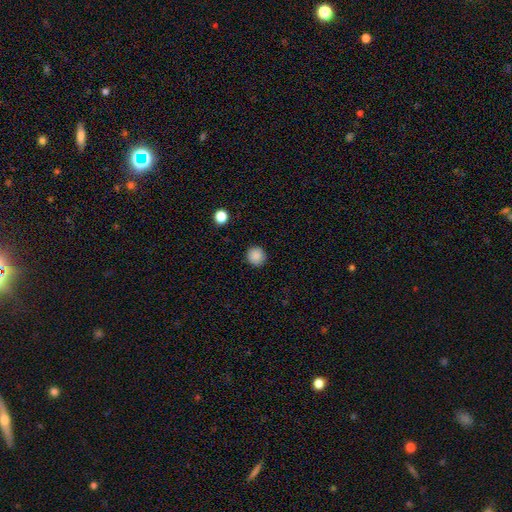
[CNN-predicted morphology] A smooth galaxy with no disk features (88%) that is round (94%).

Vote fractions:
- Smooth or featured? smooth: 88% / star or artifact: 9% / featured or disk: 3%
- How rounded? round: 94% / in between: 5% / cigar-shaped: 1%
- Merging? none: 91% / minor disturbance: 6% / major disturbance: 2% / merger: 1%